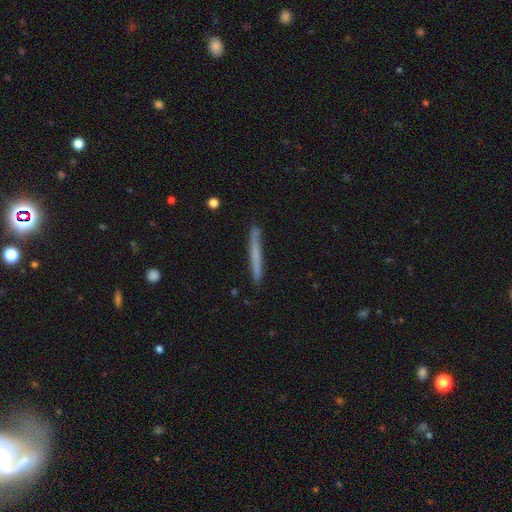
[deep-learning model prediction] Smooth or featured? smooth (60%)
How rounded? cigar-shaped (97%)
Merging? none (87%)